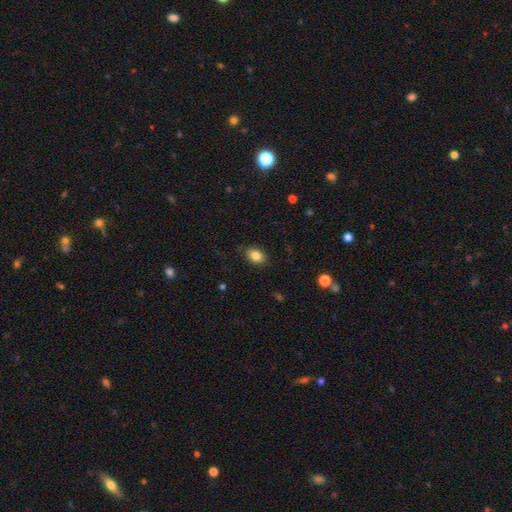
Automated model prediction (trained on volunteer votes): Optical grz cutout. It shows a smooth galaxy with no disk features (85%) that is in between round and cigar-shaped (76%). Merging: none (83%).